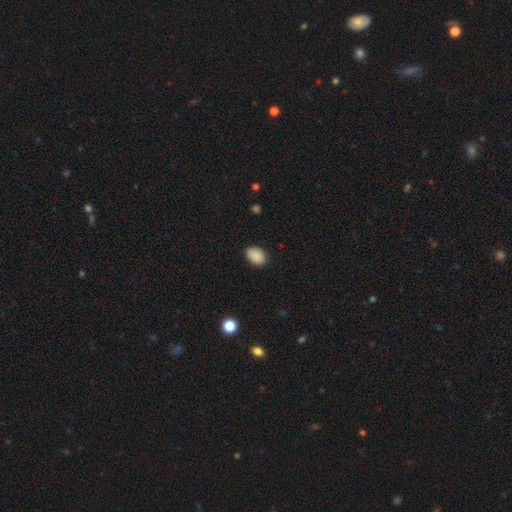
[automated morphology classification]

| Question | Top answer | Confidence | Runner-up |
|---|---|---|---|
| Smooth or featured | smooth | 89% | star or artifact (8%) |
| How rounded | in between | 80% | round (19%) |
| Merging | none | 87% | minor disturbance (10%) |